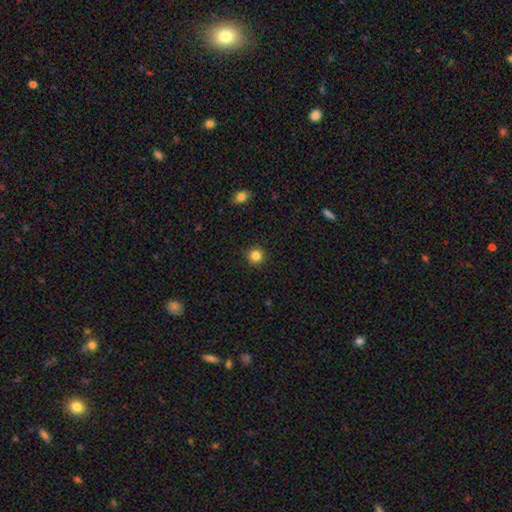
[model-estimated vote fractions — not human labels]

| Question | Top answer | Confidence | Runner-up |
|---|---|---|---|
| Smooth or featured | smooth | 84% | star or artifact (11%) |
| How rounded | round | 95% | in between (4%) |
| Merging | none | 92% | minor disturbance (5%) |